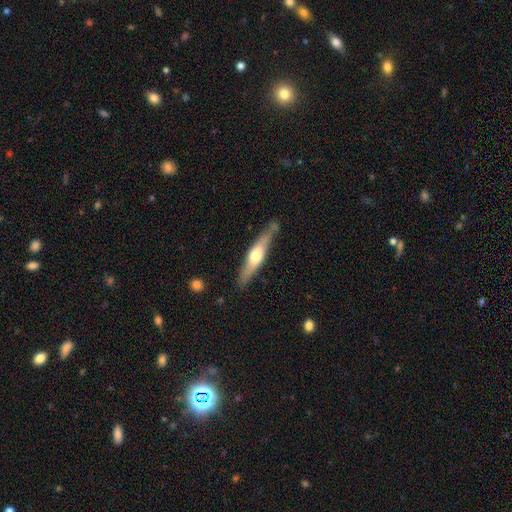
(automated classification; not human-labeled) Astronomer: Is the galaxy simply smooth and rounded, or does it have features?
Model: featured or disk — 56% (runner-up: smooth, 39%).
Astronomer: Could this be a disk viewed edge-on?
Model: yes — 91%.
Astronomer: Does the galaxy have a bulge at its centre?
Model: rounded — 89%.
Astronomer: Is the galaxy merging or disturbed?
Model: none — 78%.